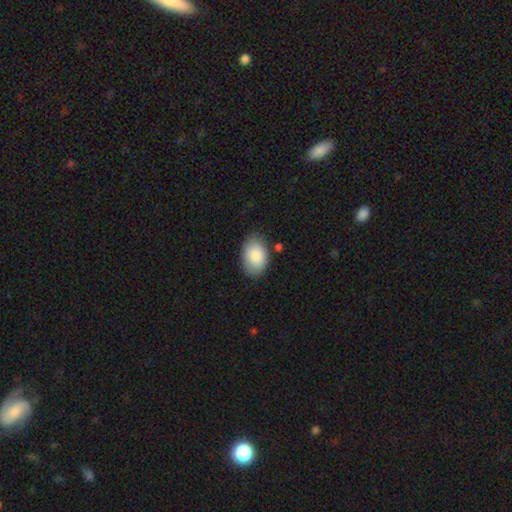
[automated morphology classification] smooth_or_featured: smooth (p=0.86) [alt: featured or disk p=0.08]
how_rounded: in between (p=0.87) [alt: round p=0.12]
merging: none (p=0.78) [alt: minor disturbance p=0.16]